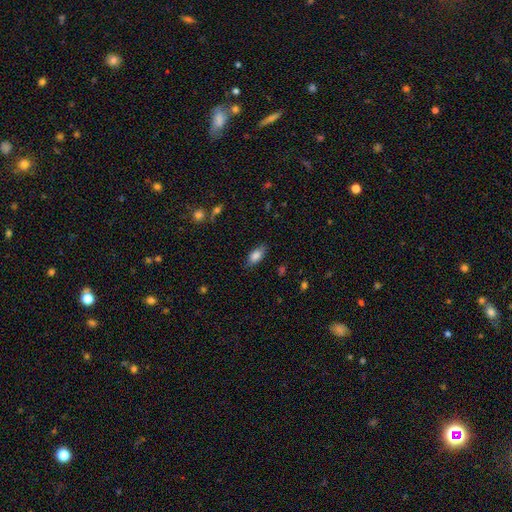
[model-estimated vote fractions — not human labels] smooth_or_featured: smooth (p=0.83) [alt: featured or disk p=0.09]
how_rounded: in between (p=0.87) [alt: cigar-shaped p=0.09]
merging: none (p=0.81) [alt: minor disturbance p=0.14]